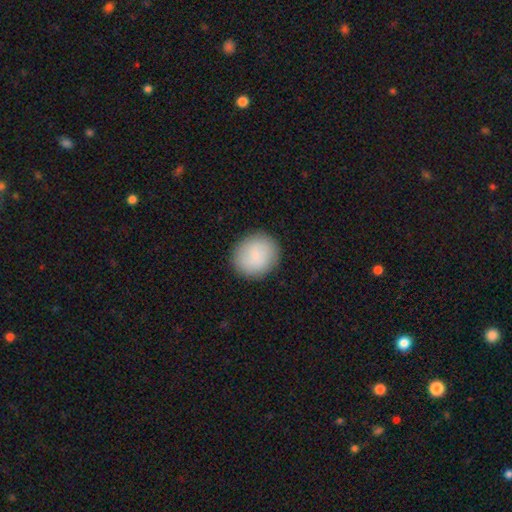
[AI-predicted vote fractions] Morphology: type=smooth (84%); roundness=round (79%); merging=none (88%).